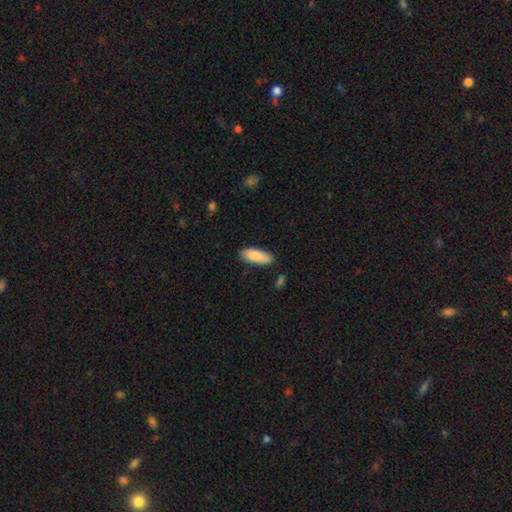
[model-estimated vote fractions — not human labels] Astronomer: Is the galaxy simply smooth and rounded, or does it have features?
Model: smooth — 88%.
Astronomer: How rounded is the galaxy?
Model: in between — 71%.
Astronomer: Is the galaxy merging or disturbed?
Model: none — 83%.